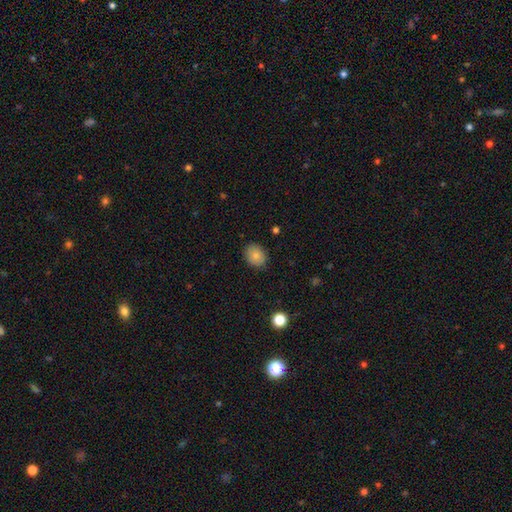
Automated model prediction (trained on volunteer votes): A smooth galaxy with no disk features (84%) that is round (51%).

Vote fractions:
- Smooth or featured? smooth: 84% / star or artifact: 9% / featured or disk: 8%
- How rounded? round: 51% / in between: 48% / cigar-shaped: 1%
- Merging? none: 86% / minor disturbance: 11% / major disturbance: 2% / merger: 1%